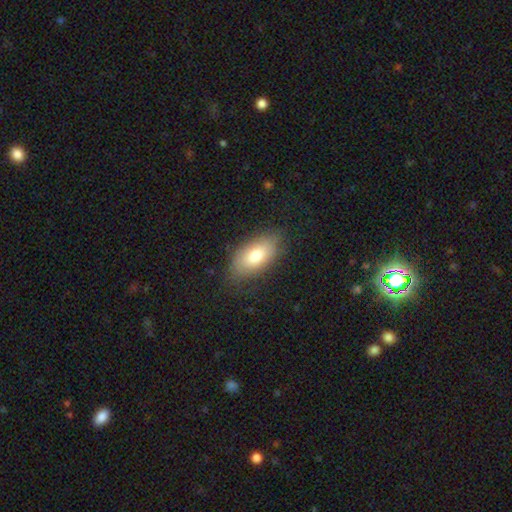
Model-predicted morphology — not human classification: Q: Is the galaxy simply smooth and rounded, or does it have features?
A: smooth — 76%.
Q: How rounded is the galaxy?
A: in between — 91%.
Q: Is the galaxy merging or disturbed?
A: none — 77%.